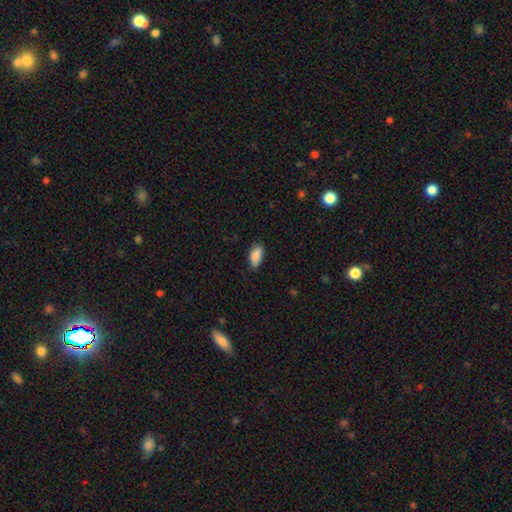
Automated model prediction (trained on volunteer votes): smooth 90%, star or artifact 7%, featured or disk 3%. Down the decision tree: how rounded — in between (92%); merging — none (79%).